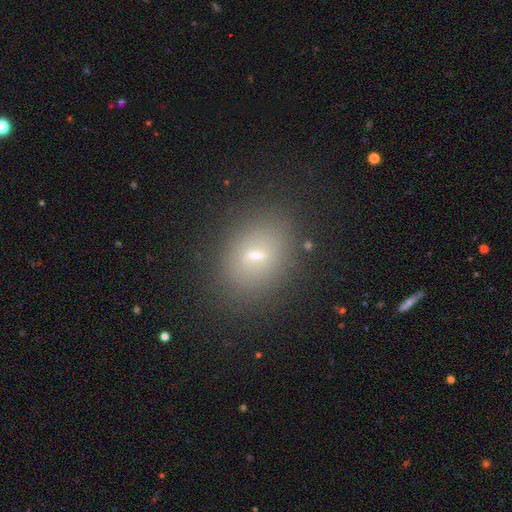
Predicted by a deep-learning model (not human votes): This is possibly a smooth galaxy (52%). How rounded: likely in between (64%). Merging: likely none (77%).